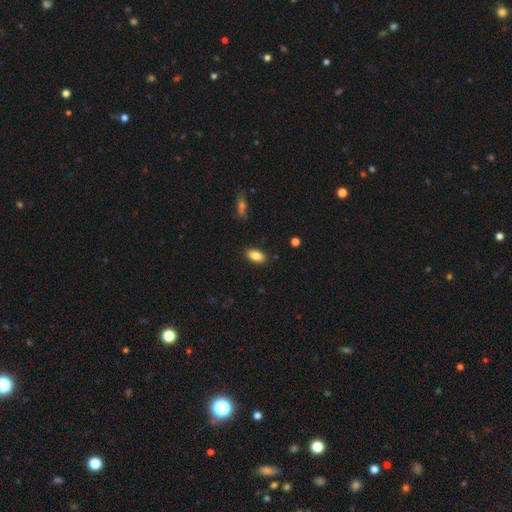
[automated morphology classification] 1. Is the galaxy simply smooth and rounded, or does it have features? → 86% smooth, 8% star or artifact, 7% featured or disk.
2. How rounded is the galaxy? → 91% in between, 5% cigar-shaped, 4% round.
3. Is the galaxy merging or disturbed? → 87% none, 9% minor disturbance, 2% major disturbance, 1% merger.